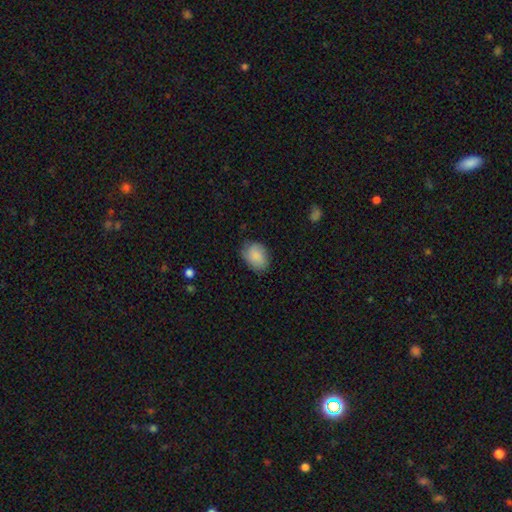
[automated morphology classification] Smooth or featured? smooth (81%)
How rounded? in between (72%)
Merging? none (72%)